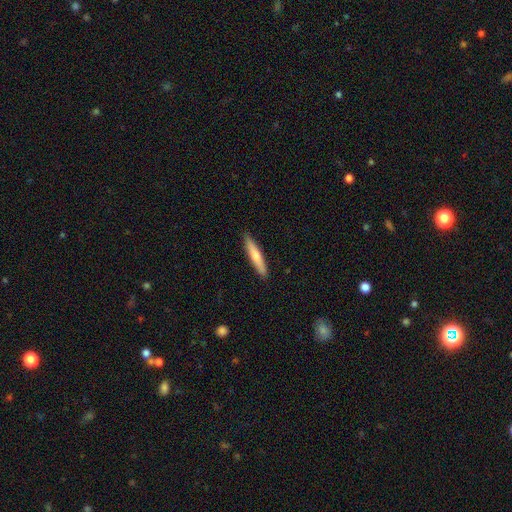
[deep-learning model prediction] A smooth galaxy with no disk features (66%) that is cigar-shaped (90%). Merging: none (90%).